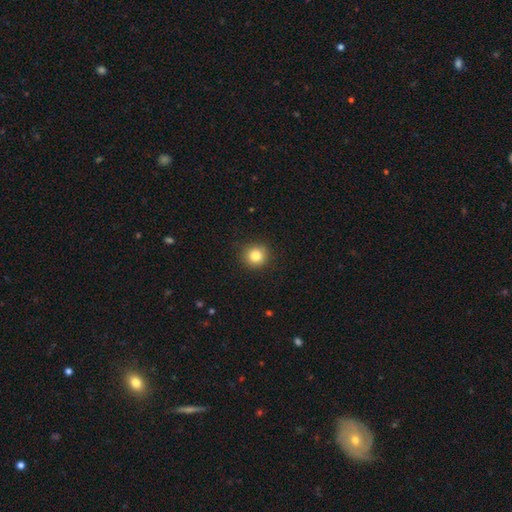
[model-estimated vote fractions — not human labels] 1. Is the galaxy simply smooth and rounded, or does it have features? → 83% smooth, 11% star or artifact, 6% featured or disk.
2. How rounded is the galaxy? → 93% round, 6% in between, 1% cigar-shaped.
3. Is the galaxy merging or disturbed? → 90% none, 7% minor disturbance, 2% major disturbance, 1% merger.